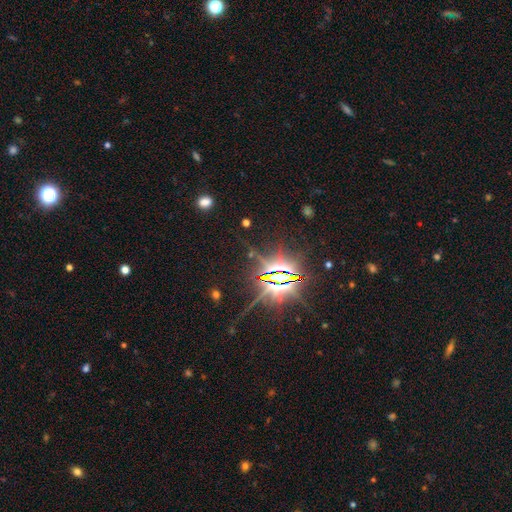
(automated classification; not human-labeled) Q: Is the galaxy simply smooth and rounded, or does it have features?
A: star or artifact — 85%.